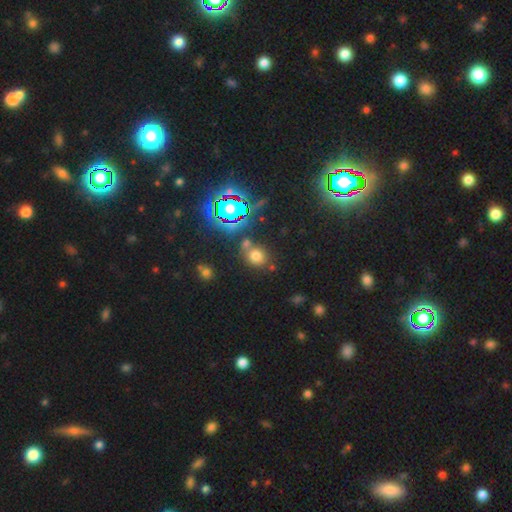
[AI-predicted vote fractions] smooth-or-featured: smooth: 63% | star or artifact: 28% | featured or disk: 8%
  how-rounded: round: 72% | in between: 27% | cigar-shaped: 1%
  merging: none: 70% | merger: 15% | minor disturbance: 11% | major disturbance: 4%